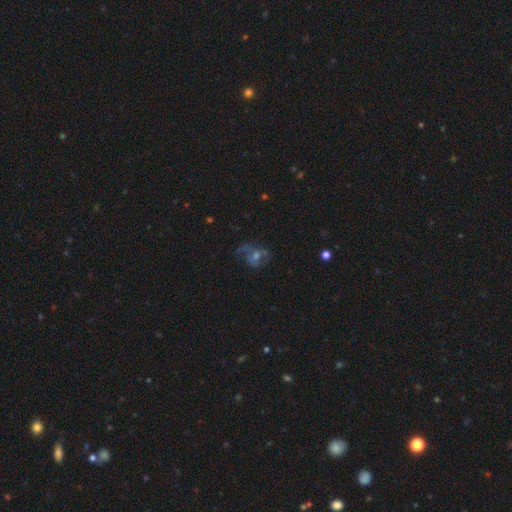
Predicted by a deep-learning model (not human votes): This is possibly a featured or disk galaxy (60%). It is clearly not viewed edge-on (97%). Bar: likely no (64%). Spiral arm pattern: likely yes (71%). Central bulge: possibly moderate (49%). Merging: possibly none (51%).